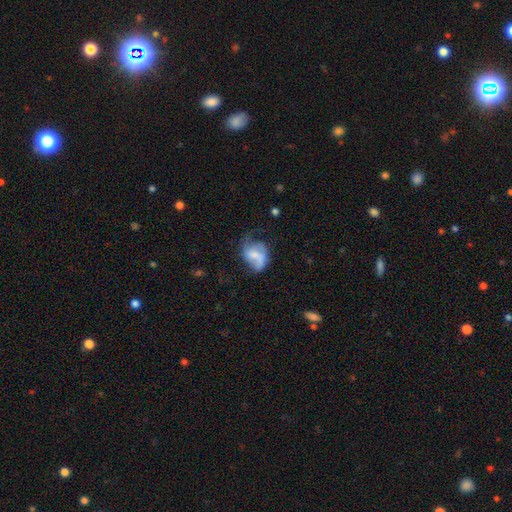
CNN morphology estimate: This appears to be a featured or disk galaxy (50%). Merging: none (33%).